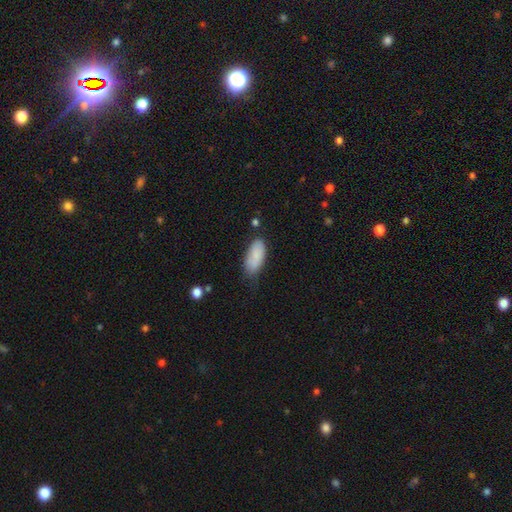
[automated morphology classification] type=smooth (84%); roundness=in between (88%); merging=none (61%).